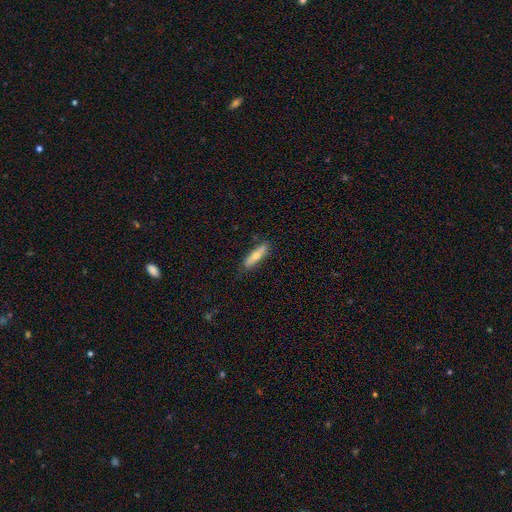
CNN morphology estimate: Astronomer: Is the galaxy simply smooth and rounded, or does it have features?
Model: smooth — 65%.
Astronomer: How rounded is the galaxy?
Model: cigar-shaped — 66%.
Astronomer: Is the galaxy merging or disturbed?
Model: none — 83%.